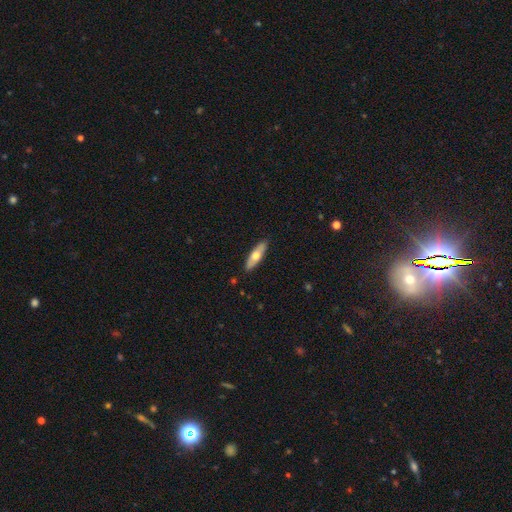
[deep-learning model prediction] Q: Smooth or featured?
A: smooth (58%); runner-up: featured or disk (37%)
Q: How rounded?
A: cigar-shaped (51%); runner-up: in between (47%)
Q: Merging?
A: none (88%); runner-up: minor disturbance (9%)